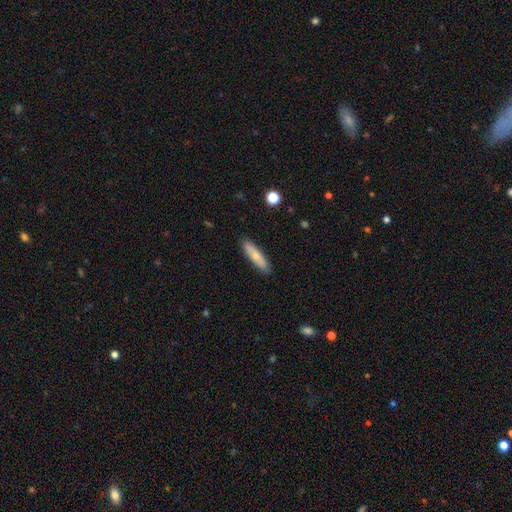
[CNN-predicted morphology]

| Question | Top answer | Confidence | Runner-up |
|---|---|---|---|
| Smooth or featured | smooth | 65% | featured or disk (29%) |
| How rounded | cigar-shaped | 73% | in between (25%) |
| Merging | none | 88% | minor disturbance (9%) |